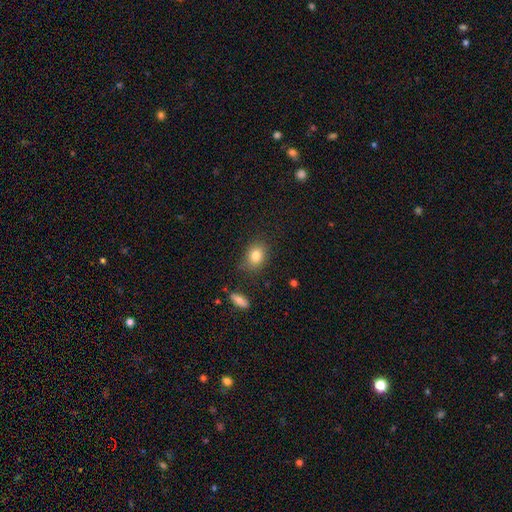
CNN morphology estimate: Smooth or featured: smooth — 81% (star or artifact — 10%)
How rounded: in between — 57% (round — 42%)
Merging: none — 79% (minor disturbance — 15%)